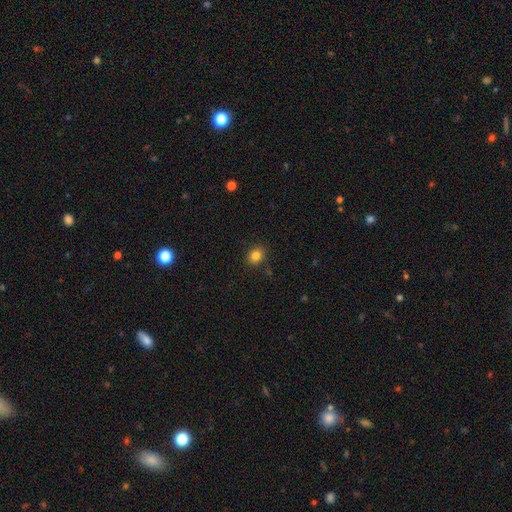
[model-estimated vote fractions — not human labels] smooth-or-featured: smooth: 82% | star or artifact: 12% | featured or disk: 6%
  how-rounded: round: 58% | in between: 41% | cigar-shaped: 1%
  merging: none: 85% | minor disturbance: 11% | major disturbance: 3% | merger: 2%